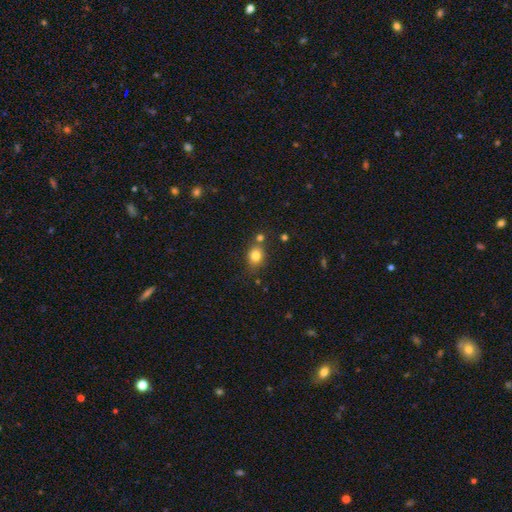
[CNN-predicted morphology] This appears to be a smooth galaxy with no disk features (80%) that is round (56%). Merging: none (68%).